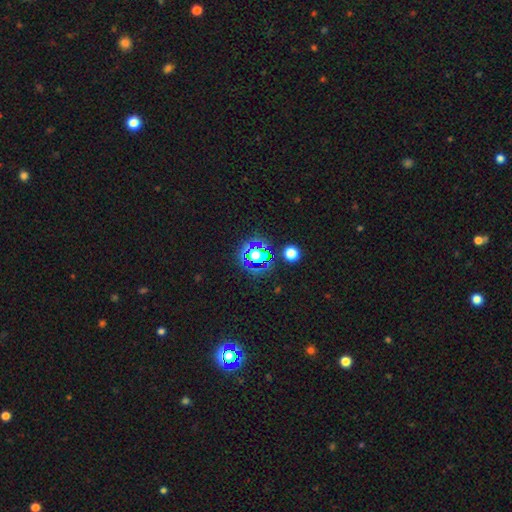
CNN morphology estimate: smooth-or-featured: star or artifact: 56% | smooth: 31% | featured or disk: 12%